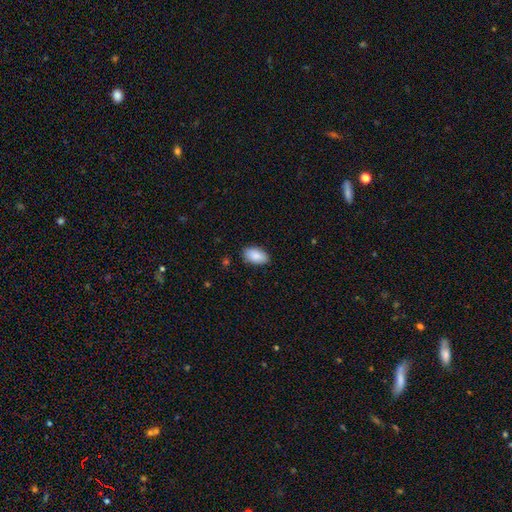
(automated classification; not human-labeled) This appears to be a smooth galaxy with no disk features (88%) that is in between round and cigar-shaped (95%). Merging: none (87%).